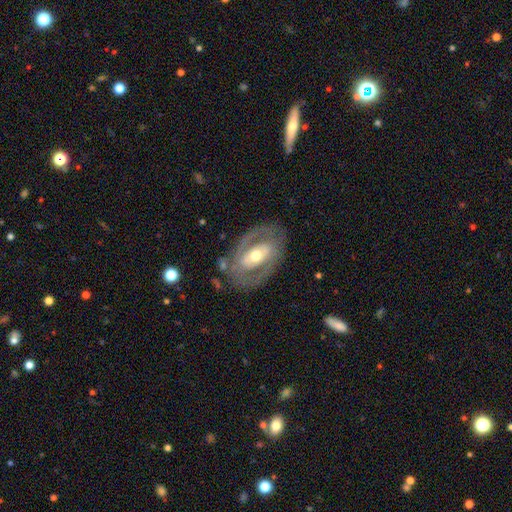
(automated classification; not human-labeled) smooth-or-featured: featured or disk: 76% | smooth: 19% | star or artifact: 5%
  disk-edge-on: no: 93% | yes: 7%
    bar: no: 39% | weak: 31% | strong: 30%
    has-spiral-arms: yes: 55% | no: 45%
    bulge-size: moderate: 70% | small: 18% | large: 11% | dominant: 1% | none: 1%
  merging: none: 75% | minor disturbance: 14% | major disturbance: 8% | merger: 2%